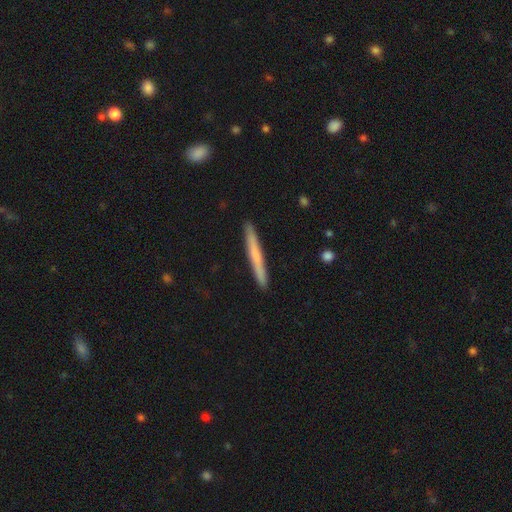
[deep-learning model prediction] A smooth galaxy with no disk features (61%) that is cigar-shaped (97%). Merging: none (92%).